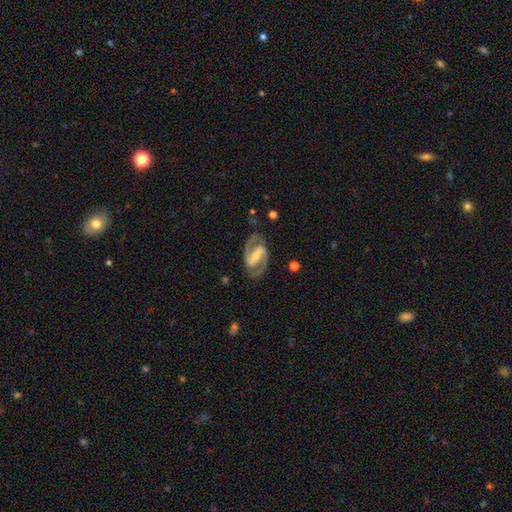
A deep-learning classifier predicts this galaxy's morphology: featured or disk 91%, smooth 5%, star or artifact 4%. Down the decision tree: edge-on disk — no (97%); bar — strong (65%); spiral arms — yes (97%); spiral arm count — 2 (94%); spiral winding — medium (58%); bulge size — small (48%); merging — none (83%).